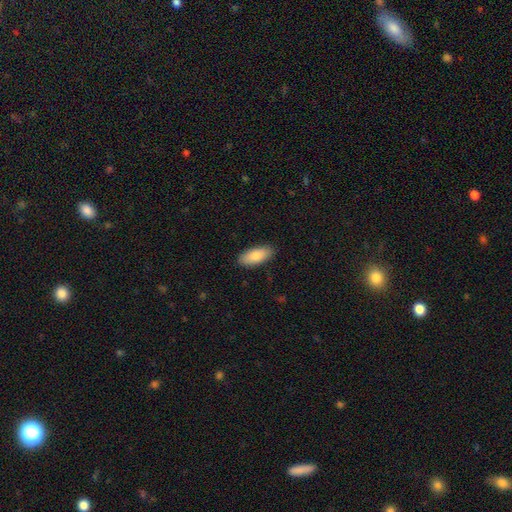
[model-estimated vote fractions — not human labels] Overall: smooth (84%). How rounded: in between (85%). Merging: none (88%).